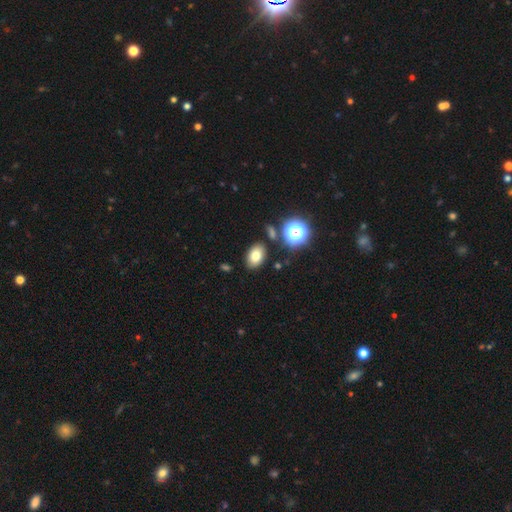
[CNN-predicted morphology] A smooth galaxy with no disk features (78%) that is in between round and cigar-shaped (82%). Merging: none (83%).